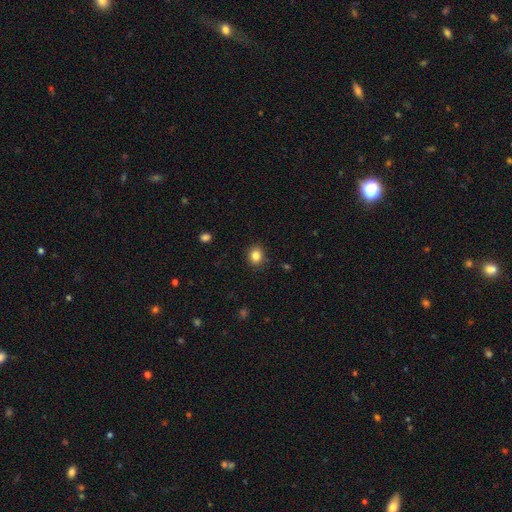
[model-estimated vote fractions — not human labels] The model was most divided on "how rounded": round: 62%, in between: 37%, cigar-shaped: 1%. More confident: merging — none (88%); smooth or featured — smooth (84%).